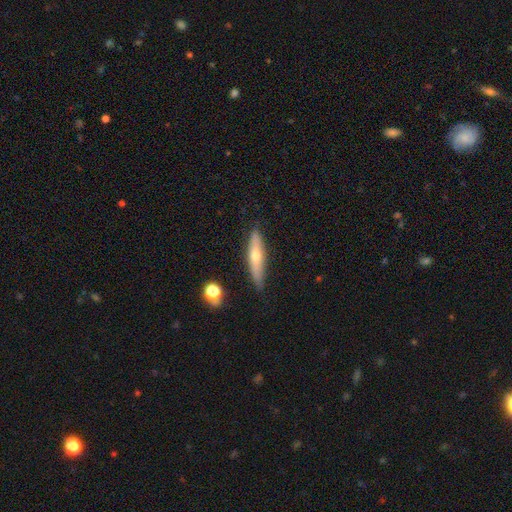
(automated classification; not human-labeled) smooth_or_featured: smooth (p=0.48) [alt: featured or disk p=0.45]
merging: none (p=0.83) [alt: minor disturbance p=0.13]